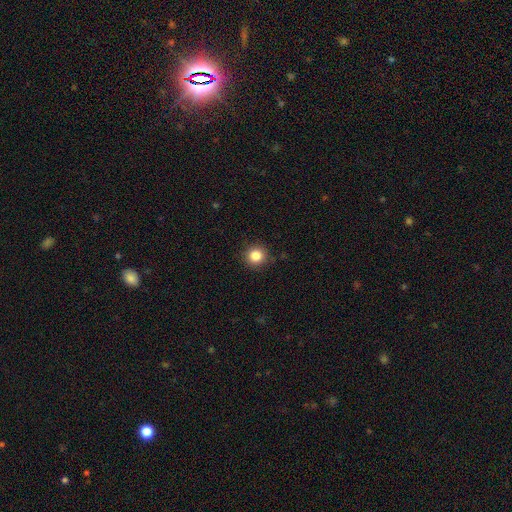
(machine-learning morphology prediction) The model was most divided on "smooth or featured": smooth: 85%, star or artifact: 11%, featured or disk: 4%. More confident: how rounded — round (94%); merging — none (90%).